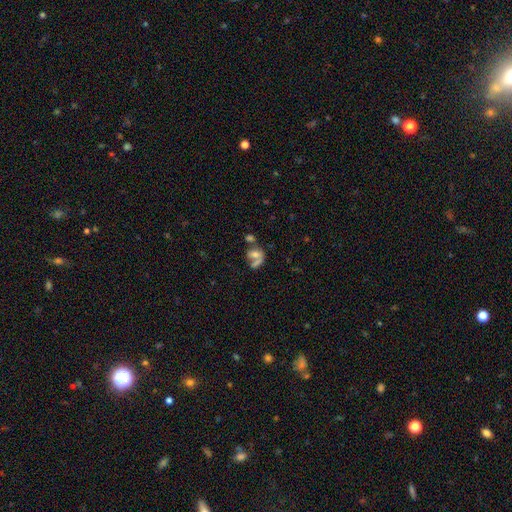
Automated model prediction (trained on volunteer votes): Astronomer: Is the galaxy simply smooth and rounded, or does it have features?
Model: smooth — 52% (runner-up: featured or disk, 34%).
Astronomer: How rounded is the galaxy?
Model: in between — 62%.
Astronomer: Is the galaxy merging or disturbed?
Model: merger — 42% (runner-up: none, 29%).